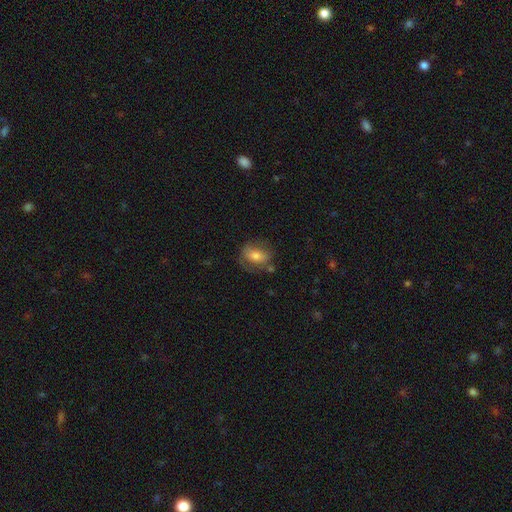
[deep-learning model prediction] A smooth galaxy with no disk features (61%) that is in between round and cigar-shaped (69%). Merging: none (59%).